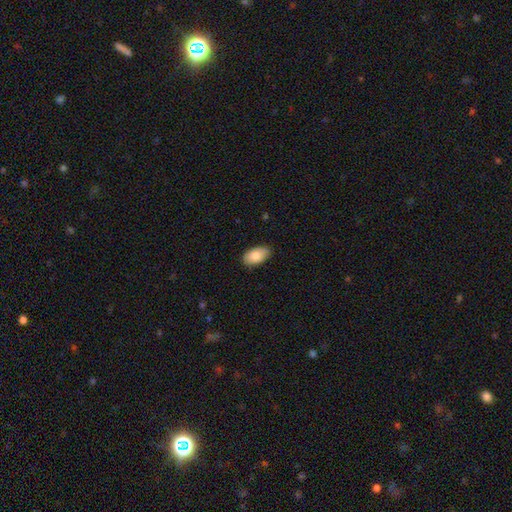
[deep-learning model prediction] The model was most divided on "merging": none: 85%, minor disturbance: 12%, major disturbance: 2%, merger: 1%. More confident: how rounded — in between (95%); smooth or featured — smooth (87%).